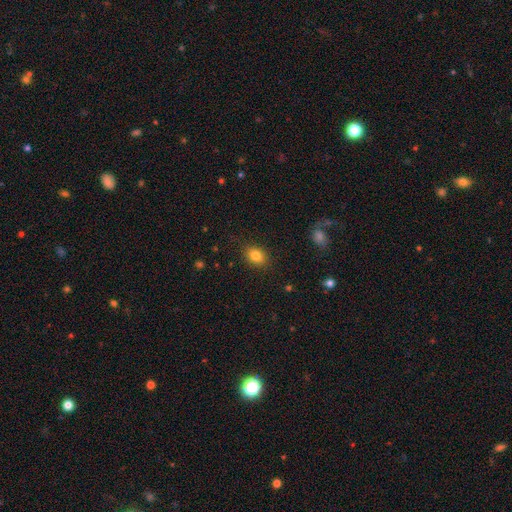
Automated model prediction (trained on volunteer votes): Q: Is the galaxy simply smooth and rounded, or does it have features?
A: smooth — 83%.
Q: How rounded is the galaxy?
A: in between — 64%.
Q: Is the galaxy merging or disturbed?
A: none — 86%.